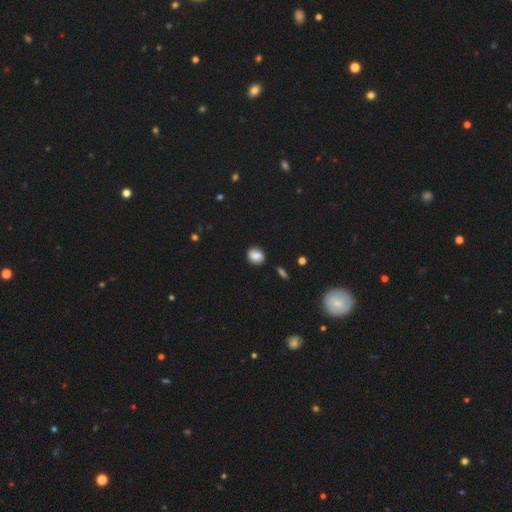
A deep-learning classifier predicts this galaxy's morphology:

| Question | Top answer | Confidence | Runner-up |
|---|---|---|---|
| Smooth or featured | smooth | 80% | featured or disk (11%) |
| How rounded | round | 56% | in between (43%) |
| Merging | none | 81% | minor disturbance (13%) |